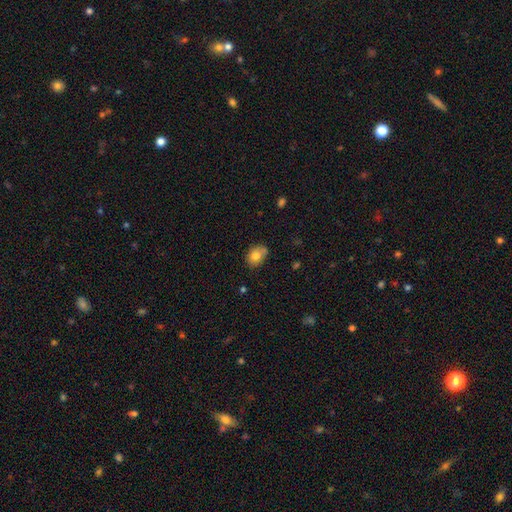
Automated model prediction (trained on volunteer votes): Smooth or featured? Predicted: smooth (p=0.79). How rounded? Predicted: in between (p=0.62). Merging? Predicted: none (p=0.65).